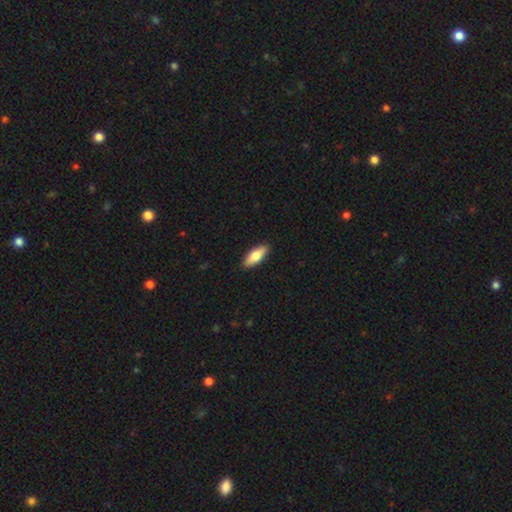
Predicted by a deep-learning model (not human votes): A smooth galaxy with no disk features (74%) that is in between round and cigar-shaped (69%).

Vote fractions:
- Smooth or featured? smooth: 74% / featured or disk: 21% / star or artifact: 5%
- How rounded? in between: 69% / cigar-shaped: 29% / round: 2%
- Merging? none: 90% / minor disturbance: 7% / major disturbance: 1% / merger: 1%